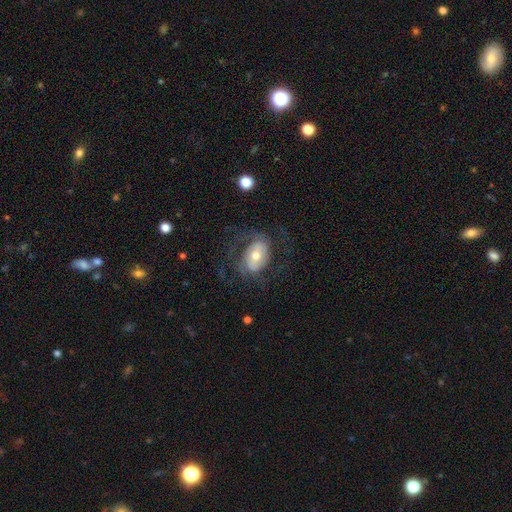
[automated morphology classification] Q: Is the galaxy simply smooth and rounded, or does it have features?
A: featured or disk — 63%.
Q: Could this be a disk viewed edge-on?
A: no — 95%.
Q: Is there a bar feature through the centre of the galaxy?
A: no — 42%.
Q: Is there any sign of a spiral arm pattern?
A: yes — 74%.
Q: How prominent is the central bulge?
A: moderate — 63%.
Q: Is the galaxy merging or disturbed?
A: none — 58%.